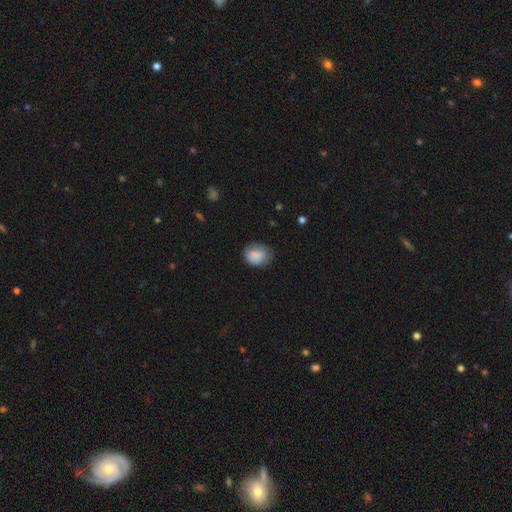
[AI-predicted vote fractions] smooth 82%, featured or disk 10%, star or artifact 8%. Down the decision tree: how rounded — in between (52%); merging — none (60%).